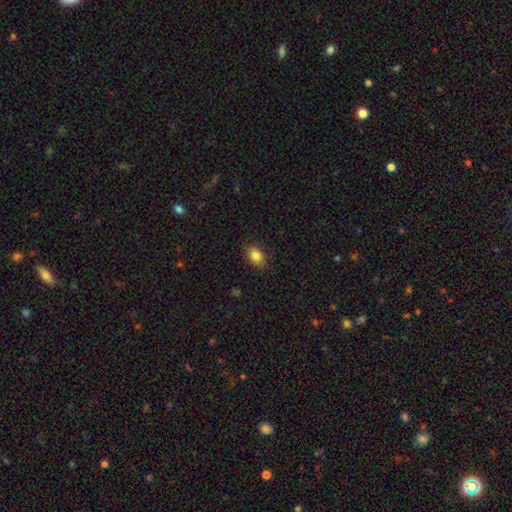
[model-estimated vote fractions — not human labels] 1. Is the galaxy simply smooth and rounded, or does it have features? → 84% smooth, 9% star or artifact, 7% featured or disk.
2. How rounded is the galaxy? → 83% in between, 16% round, 2% cigar-shaped.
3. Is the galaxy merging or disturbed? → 85% none, 11% minor disturbance, 3% major disturbance, 1% merger.